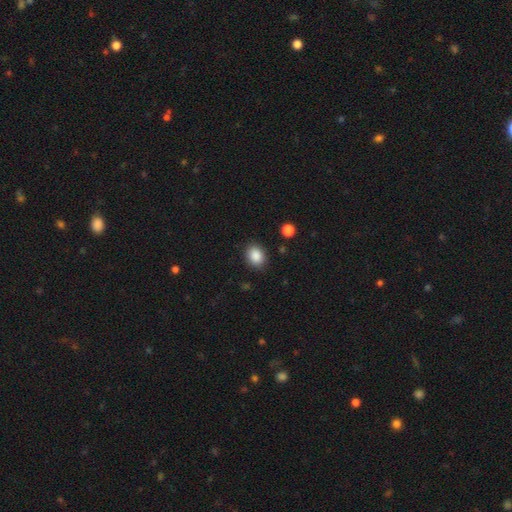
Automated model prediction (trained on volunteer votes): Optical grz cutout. It shows a smooth galaxy with no disk features (88%) that is in between round and cigar-shaped (56%). Merging: none (87%).